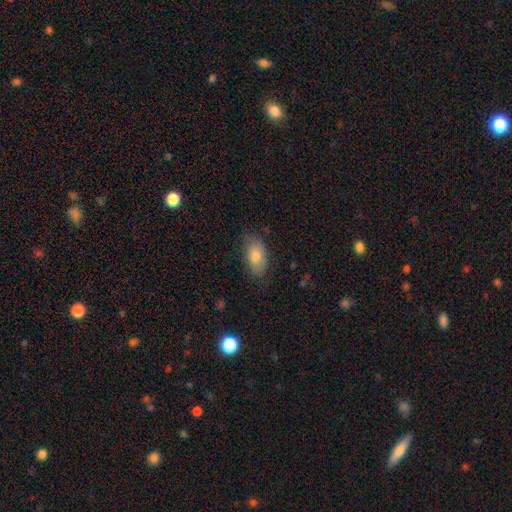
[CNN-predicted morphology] A smooth galaxy with no disk features (79%) that is in between round and cigar-shaped (91%). Merging: none (79%).